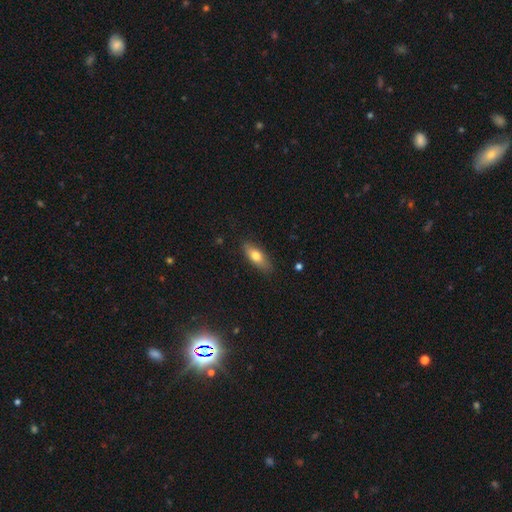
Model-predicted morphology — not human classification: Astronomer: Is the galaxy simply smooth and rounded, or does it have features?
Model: smooth — 71%.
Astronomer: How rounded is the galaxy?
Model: in between — 72%.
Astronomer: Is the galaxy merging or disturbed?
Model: none — 83%.